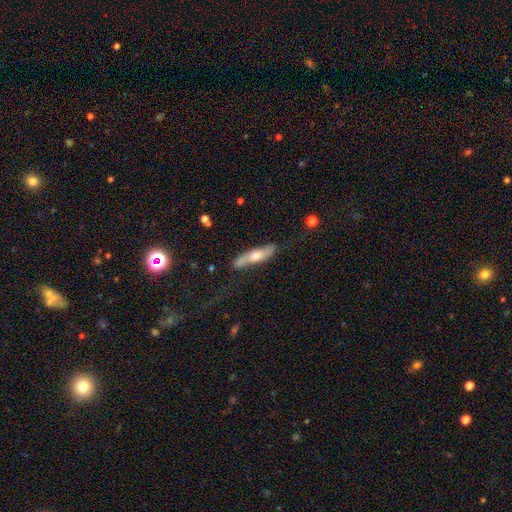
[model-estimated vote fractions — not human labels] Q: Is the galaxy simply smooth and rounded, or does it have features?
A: featured or disk — 48%.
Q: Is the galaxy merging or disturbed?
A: none — 70%.